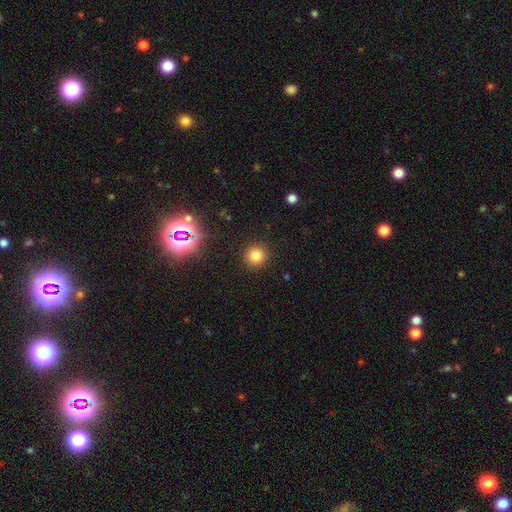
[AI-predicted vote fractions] Smooth or featured: smooth — 79% (star or artifact — 15%)
How rounded: round — 93% (in between — 6%)
Merging: none — 91% (minor disturbance — 5%)